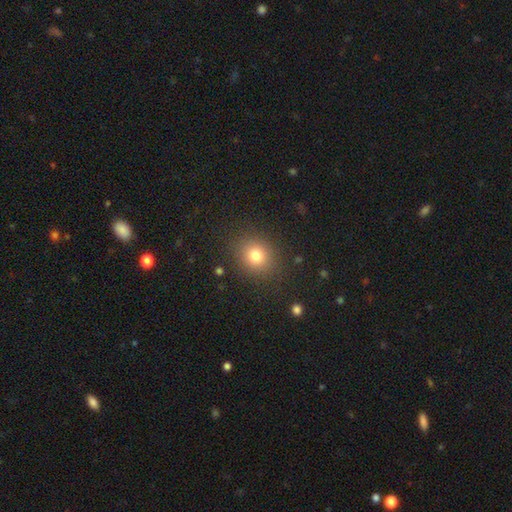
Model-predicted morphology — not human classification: smooth 78%, star or artifact 13%, featured or disk 8%. Down the decision tree: how rounded — round (73%); merging — none (87%).